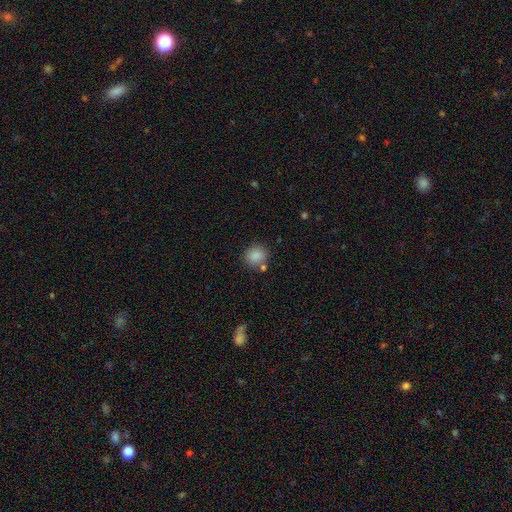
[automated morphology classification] A smooth galaxy with no disk features (86%) that is round (81%). Merging: none (76%).